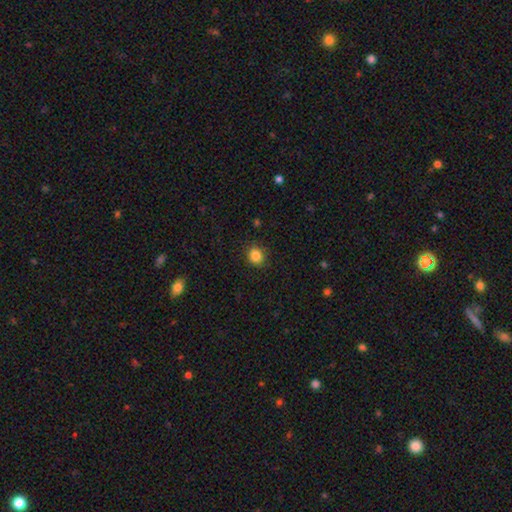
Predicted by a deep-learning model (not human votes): Smooth or featured?
  - smooth: 85% *
  - star or artifact: 11%
  - featured or disk: 4%
How rounded?
  - round: 77% *
  - in between: 22%
  - cigar-shaped: 1%
Merging?
  - none: 88% *
  - minor disturbance: 8%
  - major disturbance: 2%
  - merger: 1%